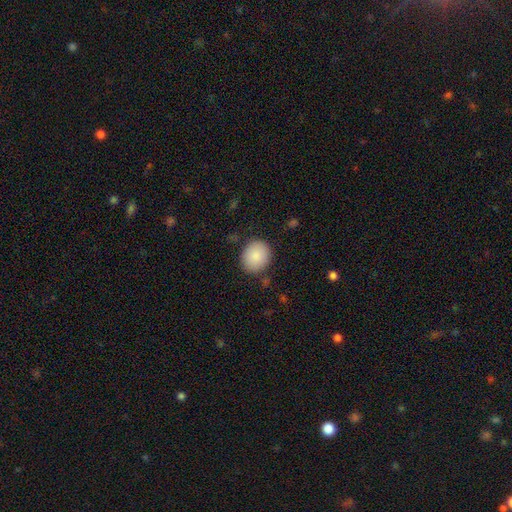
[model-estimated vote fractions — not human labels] smooth 88%, star or artifact 7%, featured or disk 5%. Down the decision tree: how rounded — round (69%); merging — none (83%).